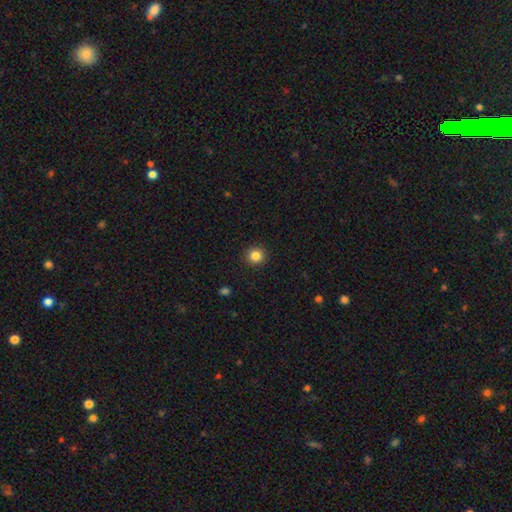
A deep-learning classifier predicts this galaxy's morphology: The model was most divided on "smooth or featured": smooth: 85%, star or artifact: 11%, featured or disk: 4%. More confident: how rounded — round (93%); merging — none (92%).